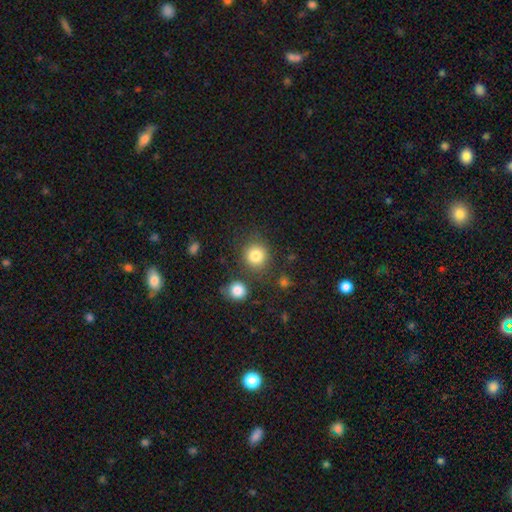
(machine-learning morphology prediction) Q: Smooth or featured?
A: smooth (83%); runner-up: star or artifact (11%)
Q: How rounded?
A: round (87%); runner-up: in between (12%)
Q: Merging?
A: none (78%); runner-up: minor disturbance (10%)